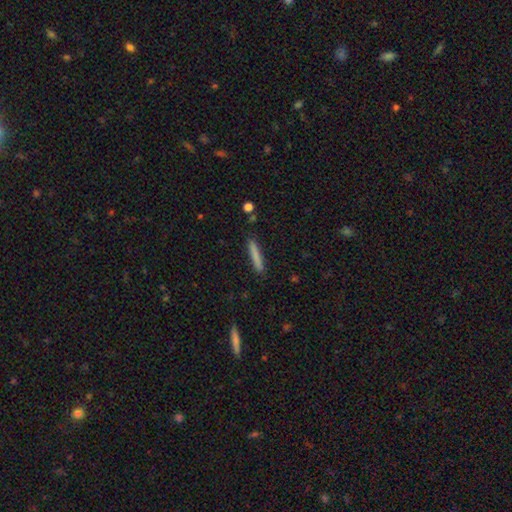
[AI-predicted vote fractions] smooth 80%, featured or disk 14%, star or artifact 6%. Down the decision tree: how rounded — cigar-shaped (93%); merging — none (88%).